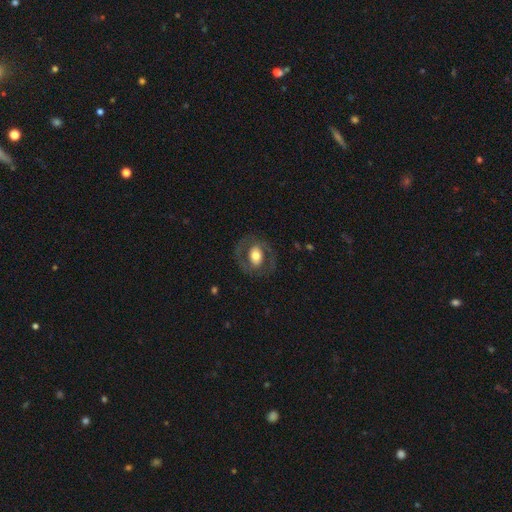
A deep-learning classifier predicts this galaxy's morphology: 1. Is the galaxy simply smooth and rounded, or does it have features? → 53% featured or disk, 41% smooth, 6% star or artifact.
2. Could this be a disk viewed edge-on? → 95% no, 5% yes.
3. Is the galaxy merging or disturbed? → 76% none, 12% minor disturbance, 11% major disturbance, 1% merger.